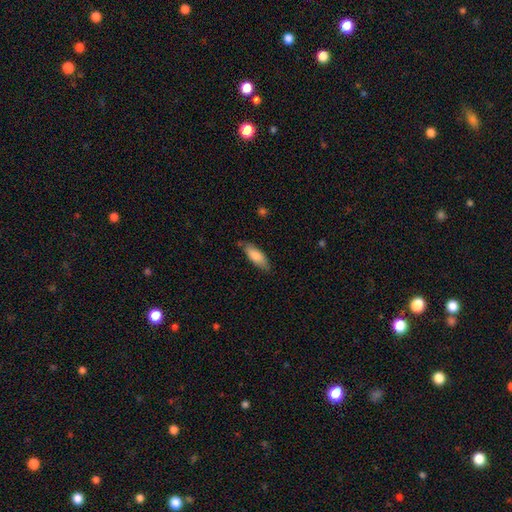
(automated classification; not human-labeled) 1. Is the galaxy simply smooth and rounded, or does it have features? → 79% smooth, 15% featured or disk, 6% star or artifact.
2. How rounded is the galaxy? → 65% in between, 33% cigar-shaped, 2% round.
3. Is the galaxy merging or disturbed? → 76% none, 19% minor disturbance, 3% major disturbance, 2% merger.